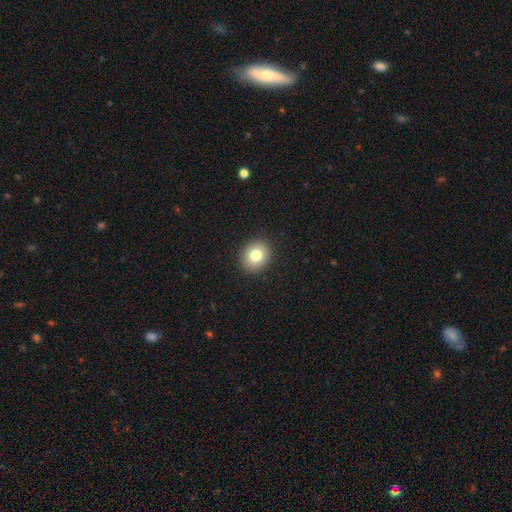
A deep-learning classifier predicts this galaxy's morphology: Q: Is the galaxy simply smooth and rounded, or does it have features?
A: smooth — 79%.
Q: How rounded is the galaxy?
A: round — 74%.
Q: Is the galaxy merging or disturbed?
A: none — 92%.